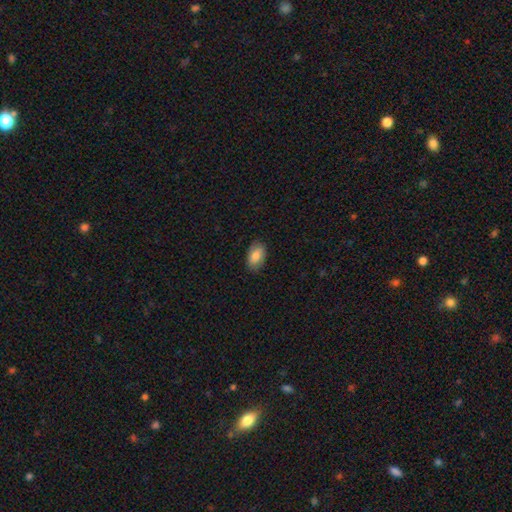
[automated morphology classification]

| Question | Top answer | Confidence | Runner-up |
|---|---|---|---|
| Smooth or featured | smooth | 80% | featured or disk (14%) |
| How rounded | in between | 91% | round (8%) |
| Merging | none | 84% | minor disturbance (13%) |